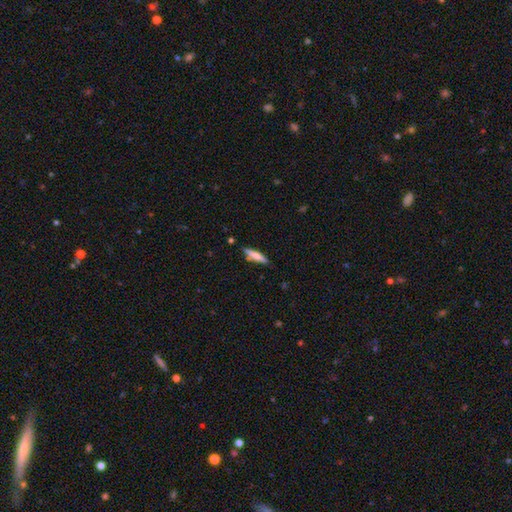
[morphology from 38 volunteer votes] A smooth galaxy with no disk features (61%) that is cigar-shaped (96%). Merging: none (75%).